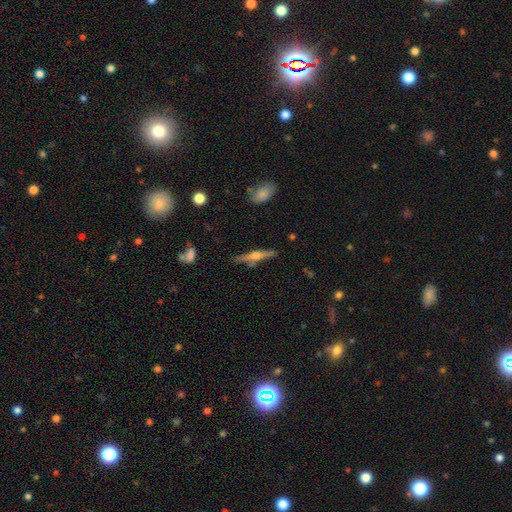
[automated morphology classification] Smooth or featured? featured or disk (65%)
Edge-on disk? yes (97%)
Edge-on bulge? rounded (88%)
Merging? none (81%)